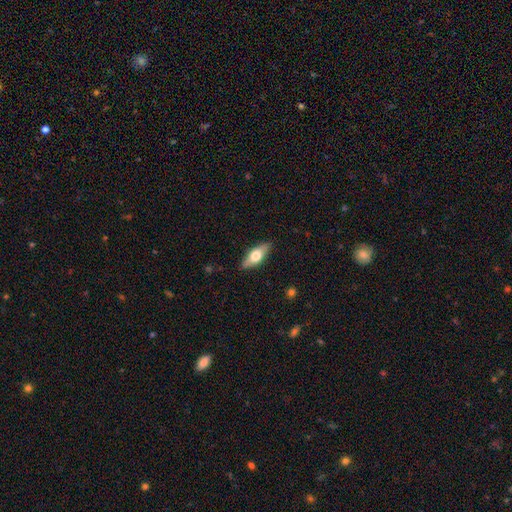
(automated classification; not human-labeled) smooth-or-featured: smooth: 52% | featured or disk: 42% | star or artifact: 6%
  how-rounded: in between: 67% | cigar-shaped: 30% | round: 3%
  merging: none: 88% | minor disturbance: 9% | major disturbance: 2% | merger: 1%